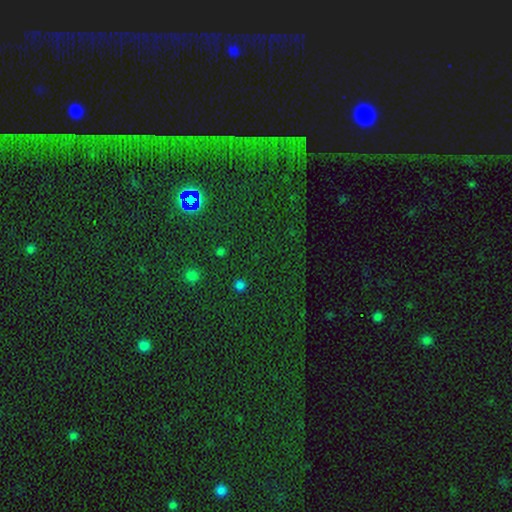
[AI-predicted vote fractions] This is clearly a star or artifact rather than a galaxy (82%).